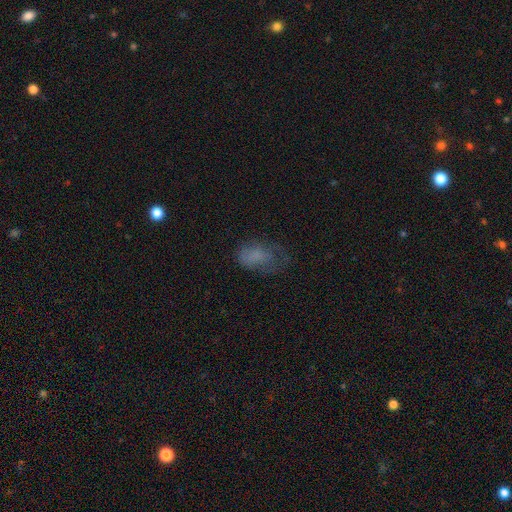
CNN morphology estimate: Smooth or featured?
  - smooth: 67% *
  - featured or disk: 19%
  - star or artifact: 14%
How rounded?
  - in between: 89% *
  - round: 9%
  - cigar-shaped: 2%
Merging?
  - none: 36% *
  - major disturbance: 33%
  - minor disturbance: 29%
  - merger: 2%